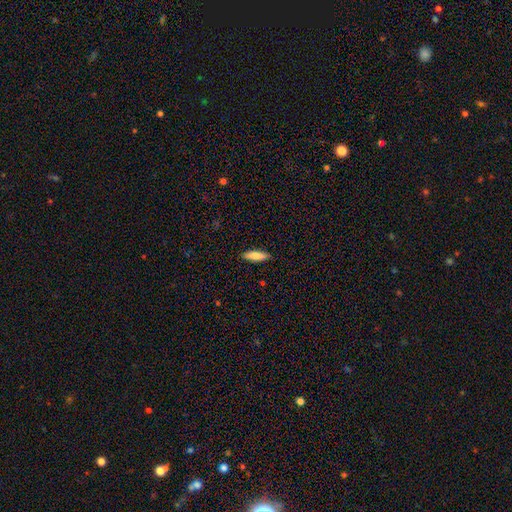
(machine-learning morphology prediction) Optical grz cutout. It shows a smooth galaxy with no disk features (80%) that is cigar-shaped (63%). Merging: none (89%).